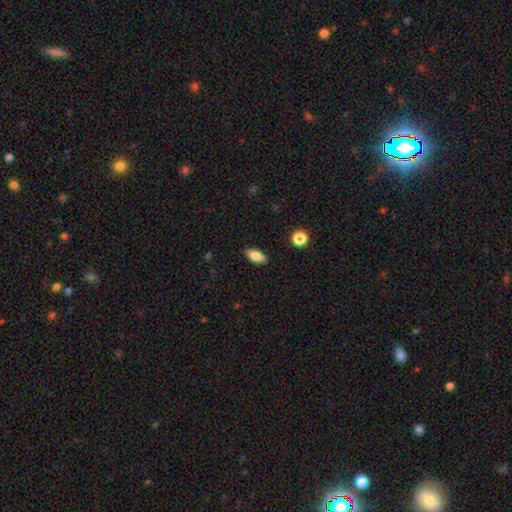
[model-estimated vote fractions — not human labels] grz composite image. It shows a smooth galaxy with no disk features (83%) that is in between round and cigar-shaped (86%). Merging: none (87%).